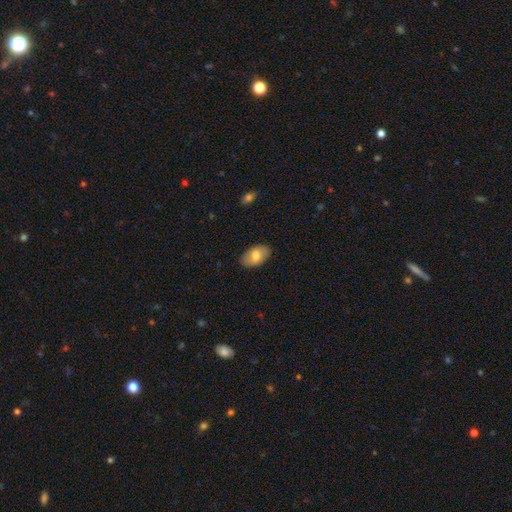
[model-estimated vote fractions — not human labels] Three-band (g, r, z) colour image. It shows a smooth galaxy with no disk features (72%) that is in between round and cigar-shaped (94%). Merging: none (85%).